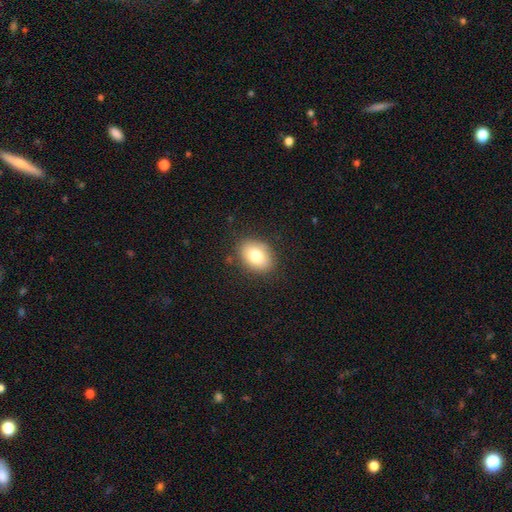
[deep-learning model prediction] This appears to be a smooth galaxy with no disk features (79%) that is in between round and cigar-shaped (74%). Merging: none (84%).